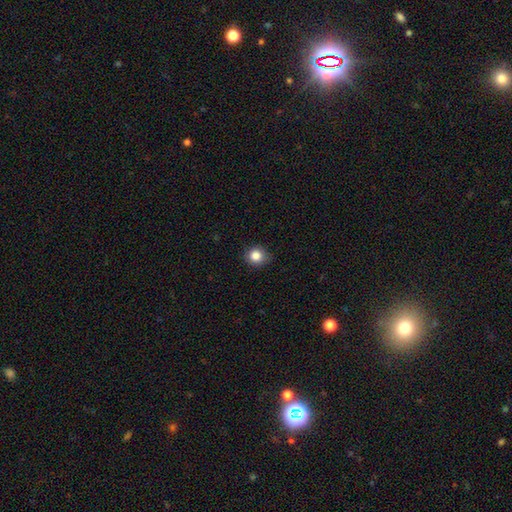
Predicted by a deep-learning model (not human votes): Overall: smooth (85%). How rounded: round (84%). Merging: none (83%).